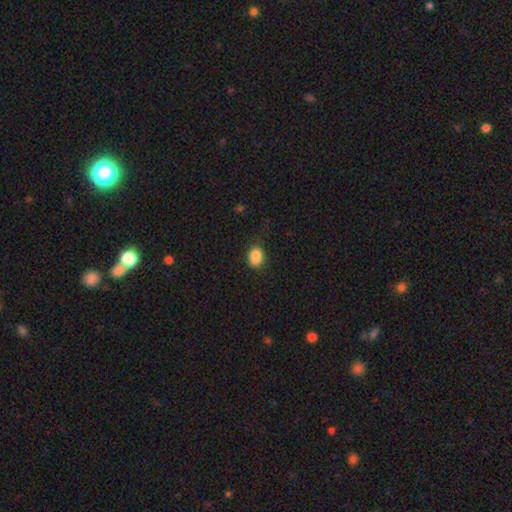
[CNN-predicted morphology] Overall: smooth (85%). How rounded: in between (61%; round 38%). Merging: none (59%; minor disturbance 30%).